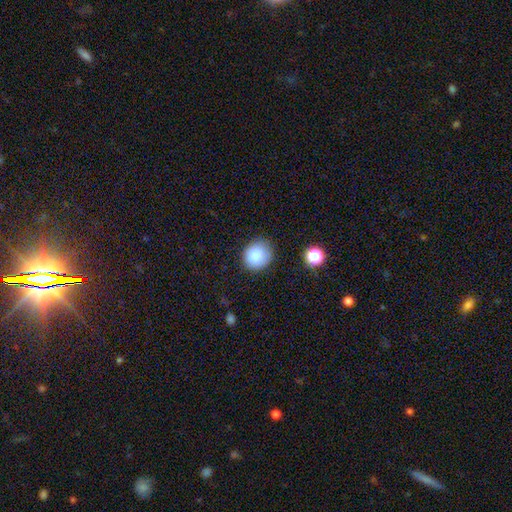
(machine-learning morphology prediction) type=smooth (83%); roundness=round (80%); merging=none (82%).